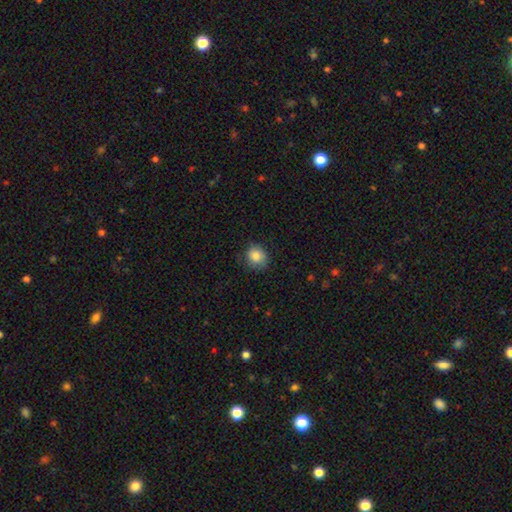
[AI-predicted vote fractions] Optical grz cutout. It shows a smooth galaxy with no disk features (85%) that is round (72%). Merging: none (73%).